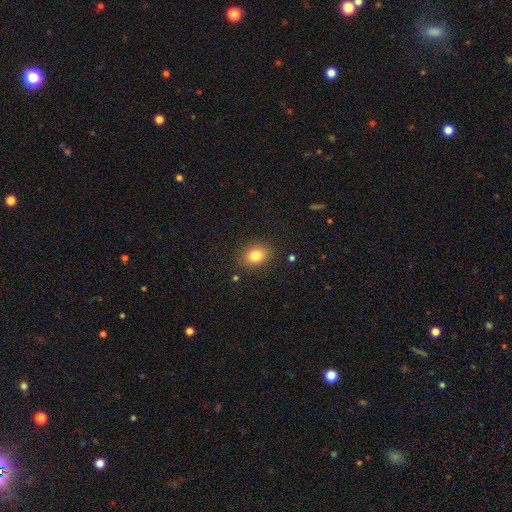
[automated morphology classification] This is clearly a smooth galaxy (81%). How rounded: possibly round (57%). Merging: clearly none (85%).